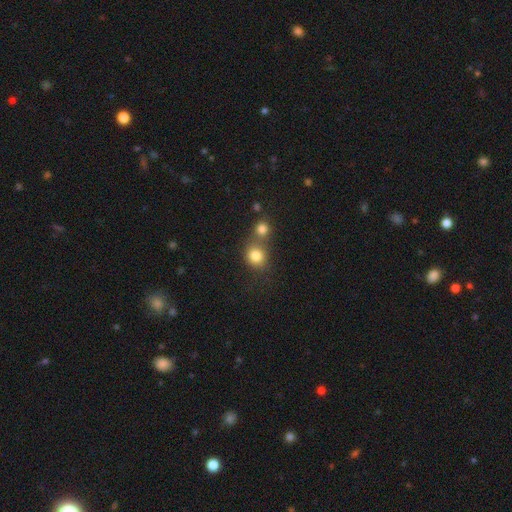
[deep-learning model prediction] This is clearly a smooth galaxy (81%). How rounded: clearly round (84%). Merging: possibly none (46%).